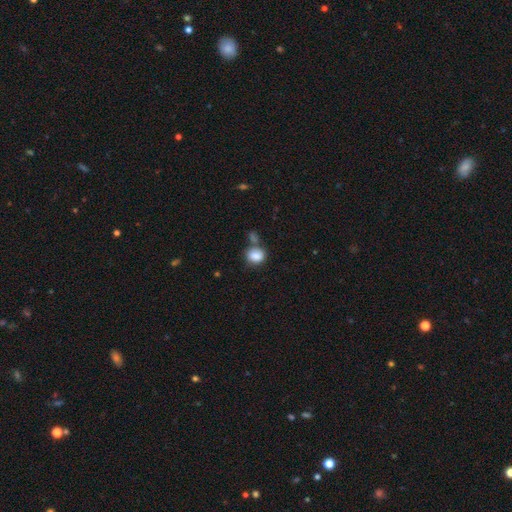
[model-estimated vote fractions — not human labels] Q: Smooth or featured?
A: smooth (85%); runner-up: star or artifact (9%)
Q: How rounded?
A: round (56%); runner-up: in between (43%)
Q: Merging?
A: none (54%); runner-up: merger (25%)